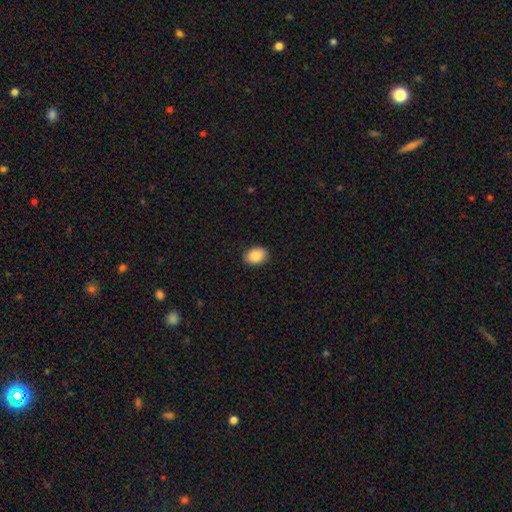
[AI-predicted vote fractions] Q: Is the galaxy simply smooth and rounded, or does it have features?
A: smooth — 89%.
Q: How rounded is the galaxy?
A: in between — 73%.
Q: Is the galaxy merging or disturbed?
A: none — 90%.